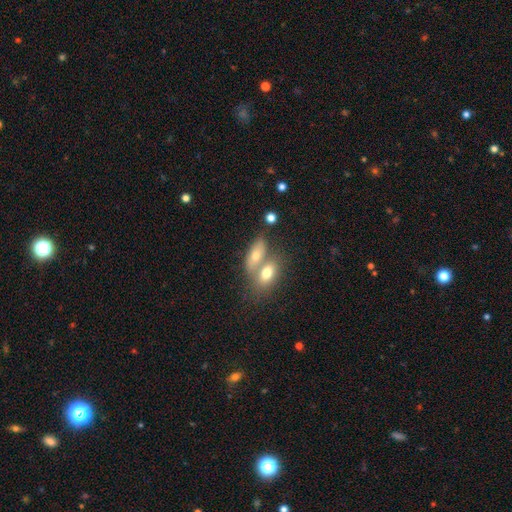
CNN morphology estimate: Smooth or featured?
  - smooth: 68% *
  - featured or disk: 24%
  - star or artifact: 8%
How rounded?
  - in between: 80% *
  - cigar-shaped: 12%
  - round: 9%
Merging?
  - merger: 56% *
  - none: 32%
  - minor disturbance: 8%
  - major disturbance: 4%